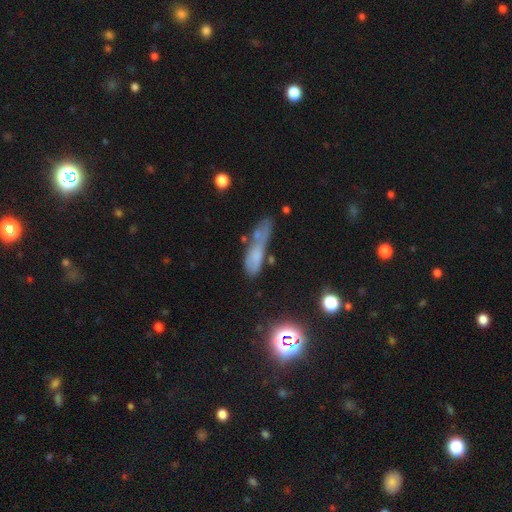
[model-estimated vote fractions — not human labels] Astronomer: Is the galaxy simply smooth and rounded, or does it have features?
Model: smooth — 55% (runner-up: featured or disk, 30%).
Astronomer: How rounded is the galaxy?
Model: cigar-shaped — 55% (runner-up: in between, 40%).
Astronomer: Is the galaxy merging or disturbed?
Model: none — 30% (runner-up: minor disturbance, 24%).